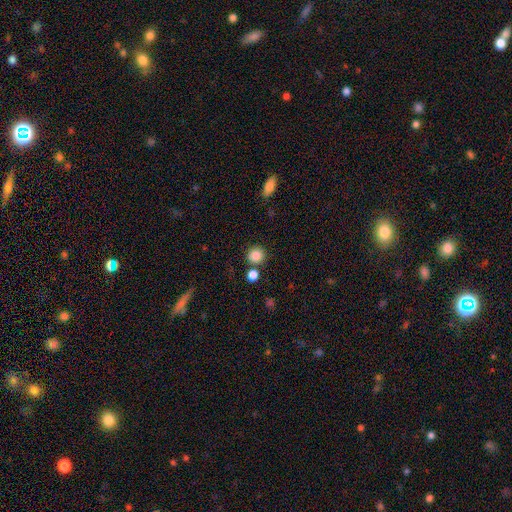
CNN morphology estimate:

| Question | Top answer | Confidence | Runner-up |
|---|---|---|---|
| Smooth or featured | smooth | 85% | star or artifact (10%) |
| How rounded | round | 92% | in between (7%) |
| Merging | none | 81% | merger (9%) |